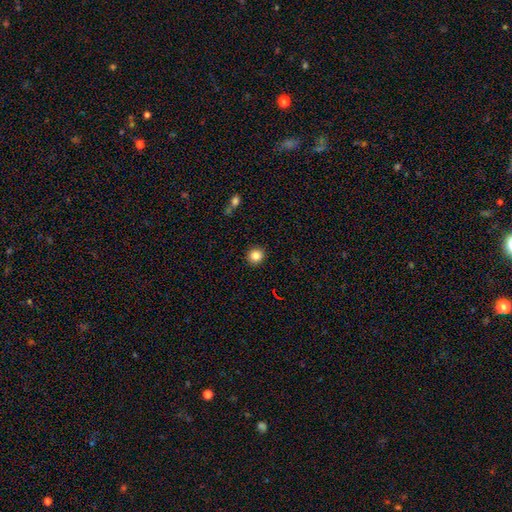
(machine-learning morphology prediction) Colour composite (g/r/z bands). It shows a smooth galaxy with no disk features (84%) that is round (89%). Merging: none (91%).